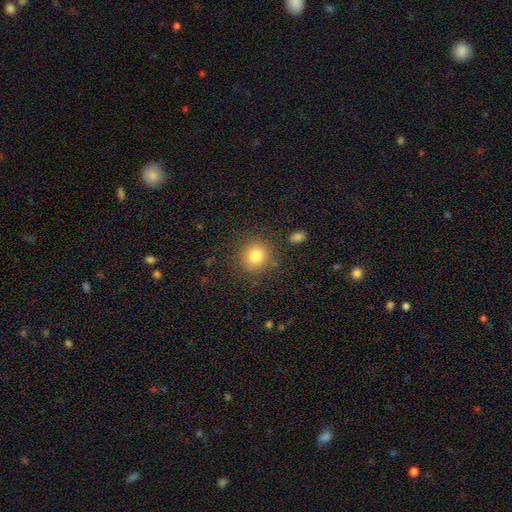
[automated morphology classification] Smooth or featured? smooth (80%)
How rounded? round (92%)
Merging? none (86%)